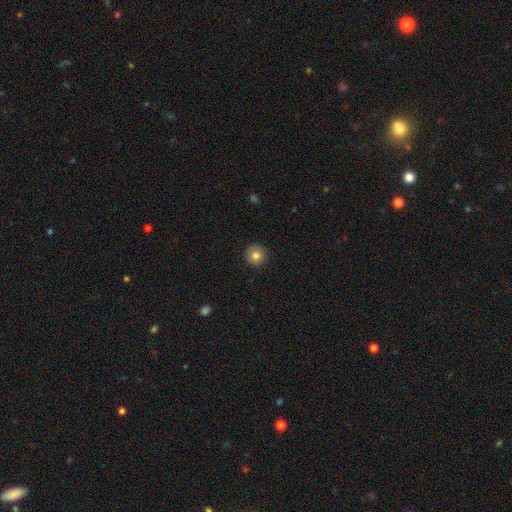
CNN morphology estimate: This is clearly a smooth galaxy (82%). How rounded: clearly round (94%). Merging: clearly none (90%).